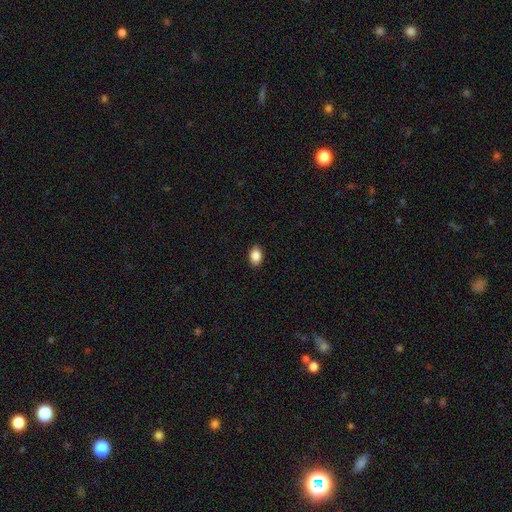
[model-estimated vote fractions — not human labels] The model was most divided on "how rounded": in between: 83%, round: 16%, cigar-shaped: 1%. More confident: merging — none (89%); smooth or featured — smooth (88%).